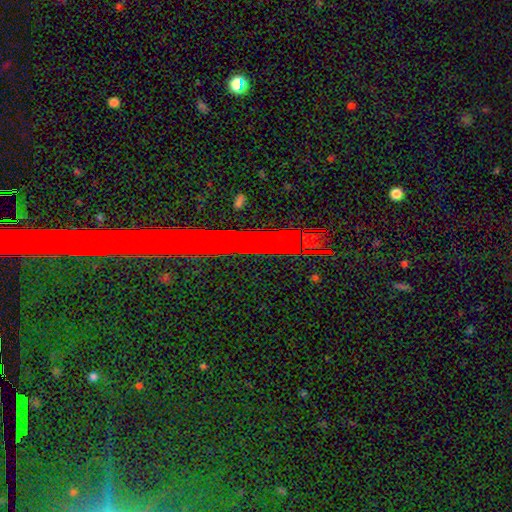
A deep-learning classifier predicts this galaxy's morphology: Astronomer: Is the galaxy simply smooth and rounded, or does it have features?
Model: star or artifact — 79%.